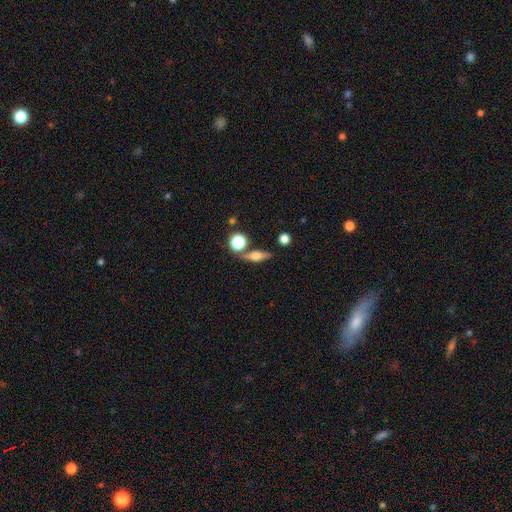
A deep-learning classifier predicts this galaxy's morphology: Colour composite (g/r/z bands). It shows a featured or disk galaxy (52%) viewed edge-on (90%). Merging: none (78%).